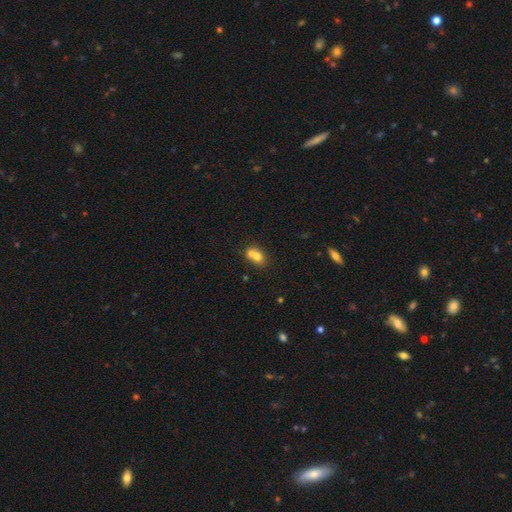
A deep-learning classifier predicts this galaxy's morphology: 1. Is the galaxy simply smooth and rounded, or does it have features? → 70% smooth, 18% featured or disk, 11% star or artifact.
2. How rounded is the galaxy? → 56% round, 43% in between, 1% cigar-shaped.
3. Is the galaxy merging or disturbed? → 64% merger, 27% none, 6% minor disturbance, 3% major disturbance.